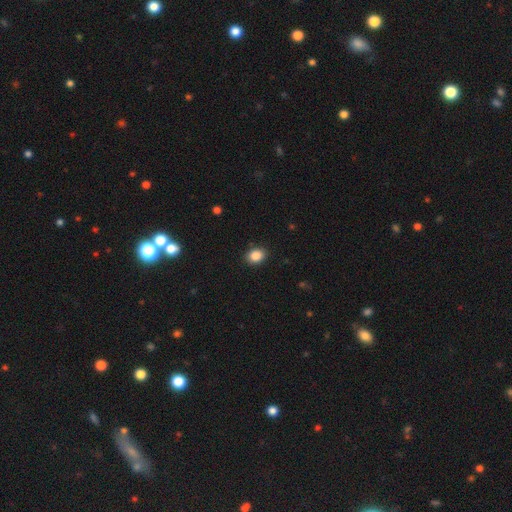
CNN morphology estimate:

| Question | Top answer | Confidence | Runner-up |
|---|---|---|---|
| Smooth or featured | smooth | 87% | star or artifact (9%) |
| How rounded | in between | 55% | round (44%) |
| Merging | none | 89% | minor disturbance (8%) |